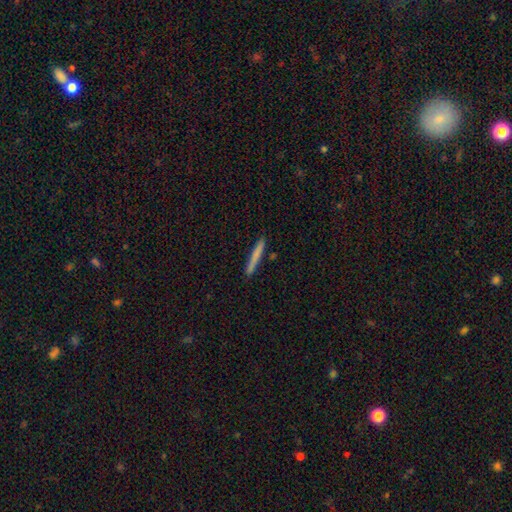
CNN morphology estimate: smooth_or_featured: smooth (p=0.72) [alt: featured or disk p=0.22]
how_rounded: cigar-shaped (p=0.96) [alt: in between p=0.02]
merging: none (p=0.89) [alt: minor disturbance p=0.07]